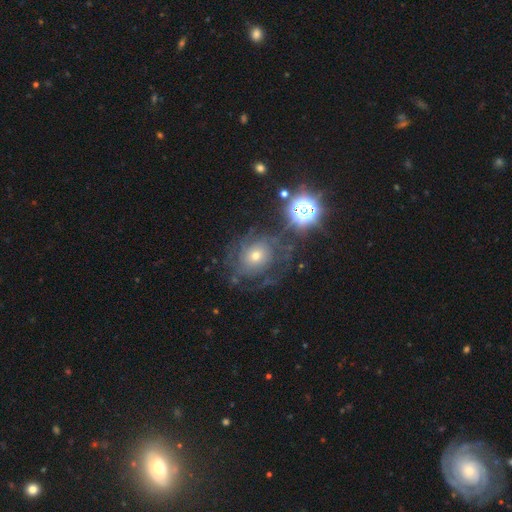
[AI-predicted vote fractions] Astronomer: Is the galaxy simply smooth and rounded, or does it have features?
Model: featured or disk — 61%.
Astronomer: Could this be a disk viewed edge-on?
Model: no — 96%.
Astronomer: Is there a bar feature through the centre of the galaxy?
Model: no — 82%.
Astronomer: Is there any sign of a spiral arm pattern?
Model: yes — 81%.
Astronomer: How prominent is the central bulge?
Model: small — 49% (runner-up: moderate, 43%).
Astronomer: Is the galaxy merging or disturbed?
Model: none — 63%.